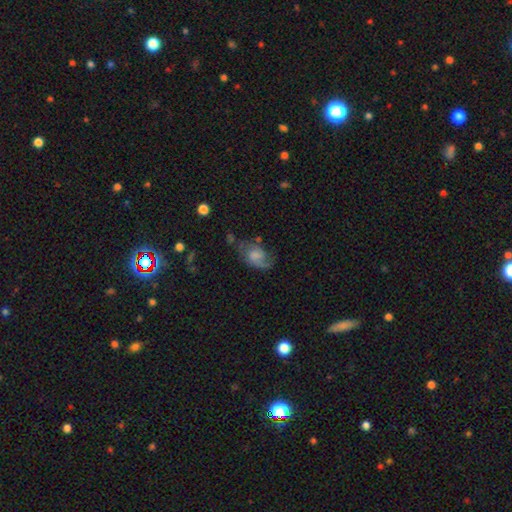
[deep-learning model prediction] Overall: featured or disk (56%; smooth 35%). Edge-on disk: no (97%). Bar: no (65%; weak 31%). Spiral arms: yes (85%). Bulge size: none (32%; moderate 24%). Merging: none (48%; minor disturbance 27%).